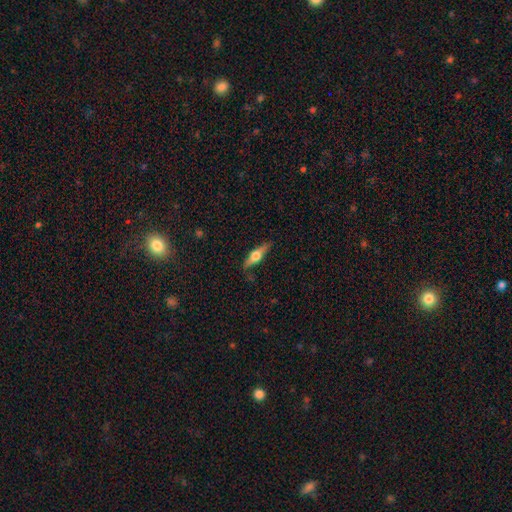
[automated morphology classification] A featured or disk galaxy (54%) viewed edge-on (94%) with a rounded central bulge (94%).

Vote fractions:
- Smooth or featured? featured or disk: 54% / smooth: 40% / star or artifact: 6%
- Edge-on disk? yes: 94% / no: 6%
- Edge-on bulge? rounded: 94% / boxy: 4% / none: 2%
- Merging? none: 84% / minor disturbance: 12% / major disturbance: 3% / merger: 1%